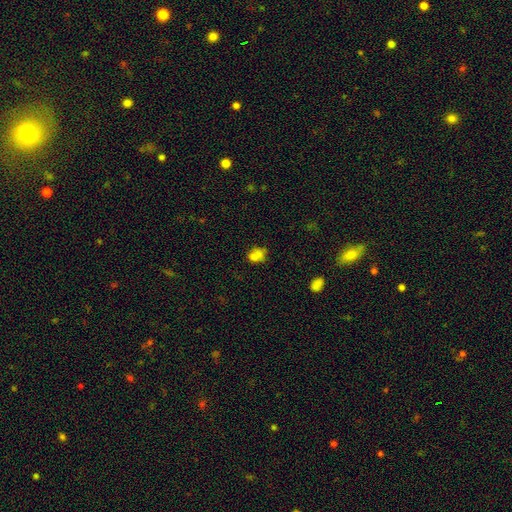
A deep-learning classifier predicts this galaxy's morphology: smooth_or_featured: smooth (p=0.67) [alt: featured or disk p=0.17]
how_rounded: round (p=0.61) [alt: in between p=0.37]
merging: merger (p=0.42) [alt: none p=0.40]